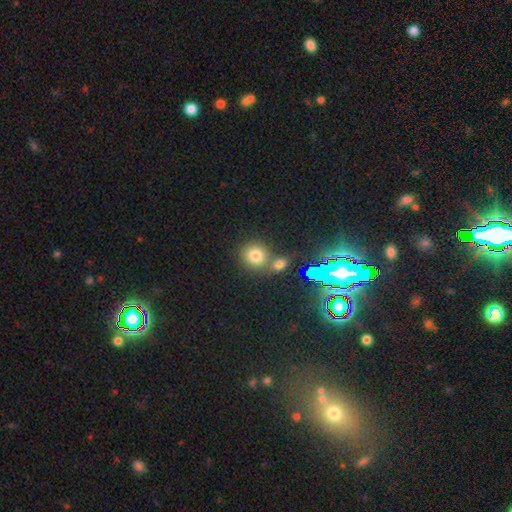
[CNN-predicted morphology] This is likely a smooth galaxy (73%). How rounded: clearly round (84%). Merging: likely none (60%).